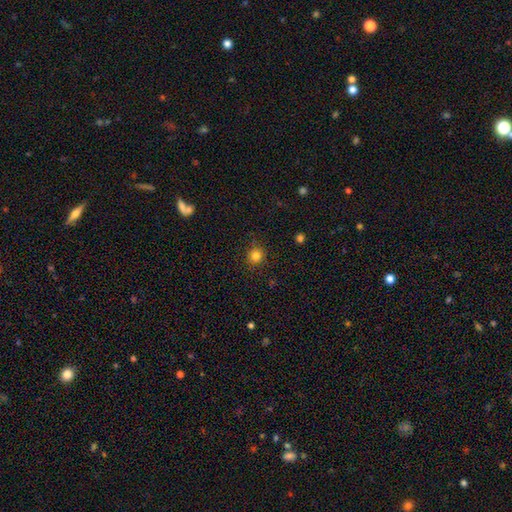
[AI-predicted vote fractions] The model was most divided on "smooth or featured": smooth: 82%, star or artifact: 13%, featured or disk: 6%. More confident: how rounded — round (91%); merging — none (89%).